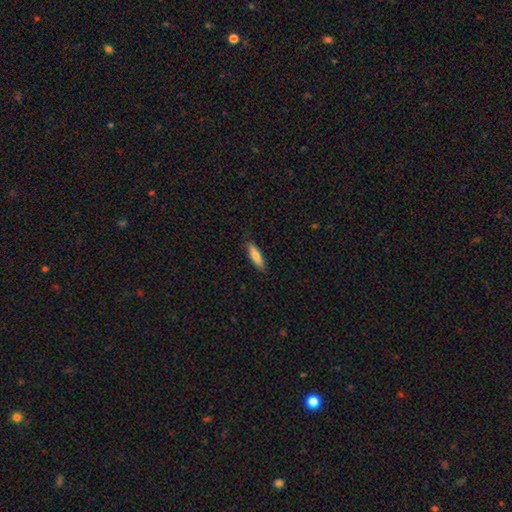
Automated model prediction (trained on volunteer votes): Smooth or featured? smooth (80%)
How rounded? cigar-shaped (62%)
Merging? none (86%)